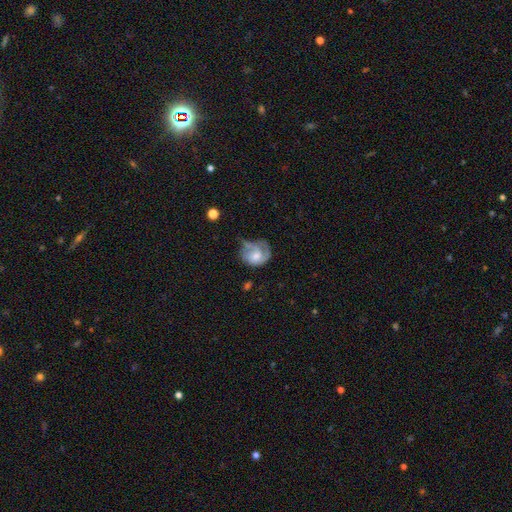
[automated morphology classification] The model was most divided on "merging": none: 35%, minor disturbance: 30%, major disturbance: 29%, merger: 5%. Remaining: edge-on disk — no (98%); spiral arms — yes (79%); bar — no (73%); smooth or featured — featured or disk (60%); bulge size — moderate (48%).